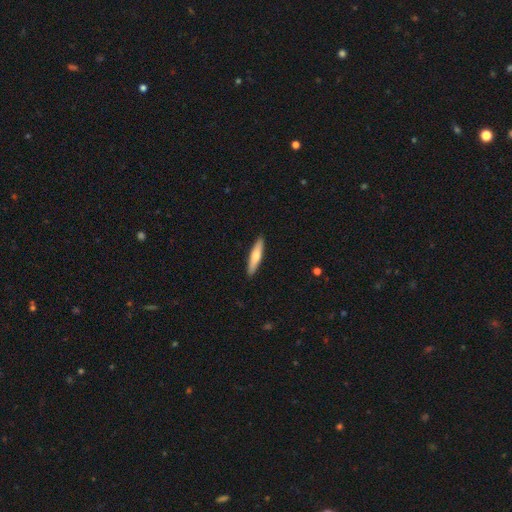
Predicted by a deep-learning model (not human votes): A smooth galaxy with no disk features (62%) that is cigar-shaped (83%).

Vote fractions:
- Smooth or featured? smooth: 62% / featured or disk: 32% / star or artifact: 5%
- How rounded? cigar-shaped: 83% / in between: 16% / round: 2%
- Merging? none: 91% / minor disturbance: 7% / major disturbance: 1% / merger: 1%